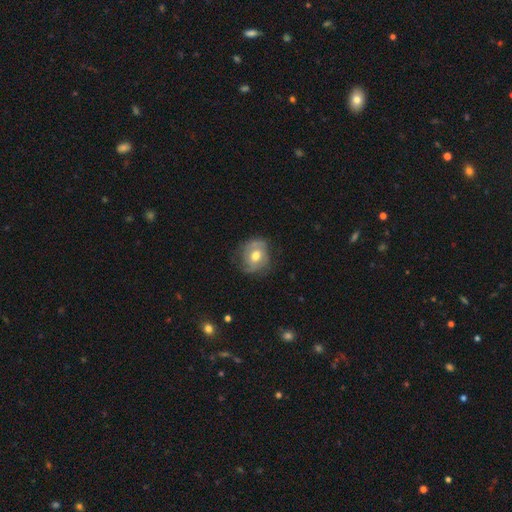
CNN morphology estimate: Overall: featured or disk (51%; smooth 41%). Edge-on disk: no (96%). Merging: none (63%; minor disturbance 25%).